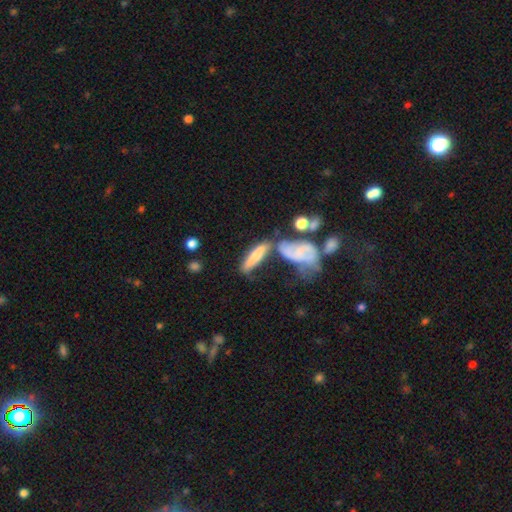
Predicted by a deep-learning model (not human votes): smooth 60%, featured or disk 32%, star or artifact 7%. Down the decision tree: how rounded — cigar-shaped (65%); merging — none (39%).